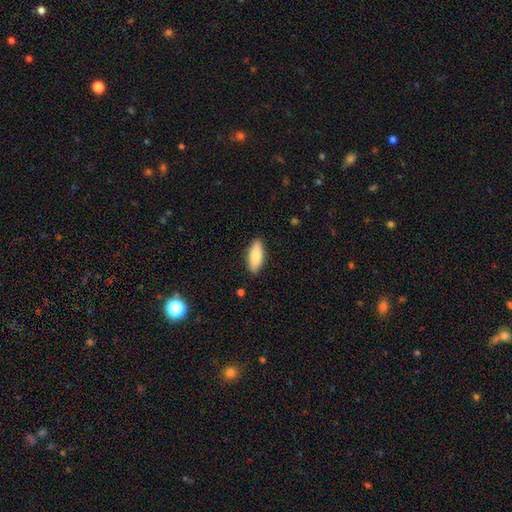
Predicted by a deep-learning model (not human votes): A smooth galaxy with no disk features (82%) that is in between round and cigar-shaped (79%). Merging: none (88%).